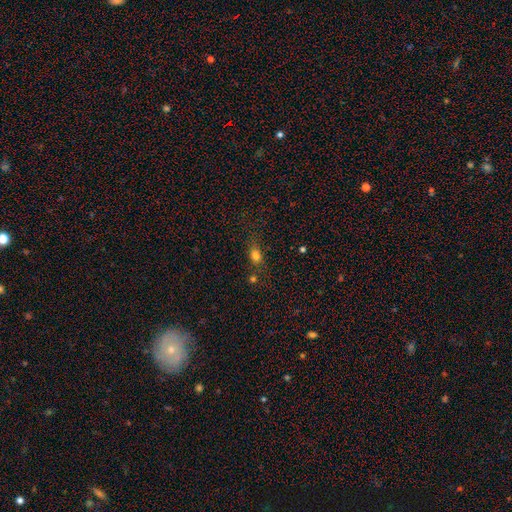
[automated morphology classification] Smooth or featured: smooth — 74% (star or artifact — 17%)
How rounded: in between — 55% (round — 39%)
Merging: none — 57% (minor disturbance — 18%)